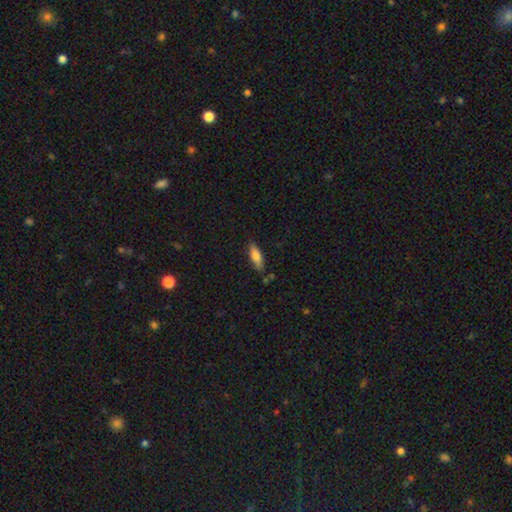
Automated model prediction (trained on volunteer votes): Smooth or featured? smooth (79%)
How rounded? in between (61%)
Merging? none (76%)